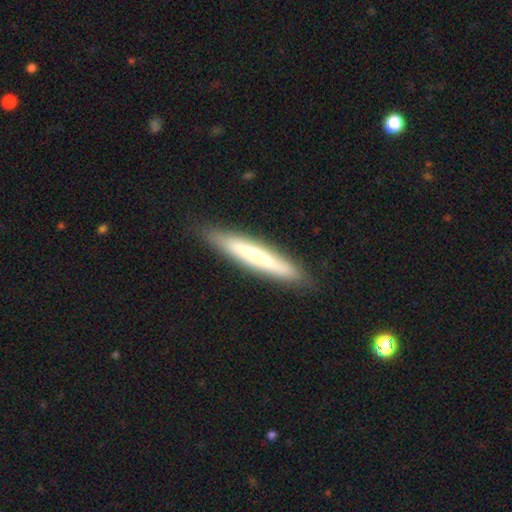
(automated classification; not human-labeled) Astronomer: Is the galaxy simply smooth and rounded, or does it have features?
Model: smooth — 63%.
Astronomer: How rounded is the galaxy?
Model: cigar-shaped — 93%.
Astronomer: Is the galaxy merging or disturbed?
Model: none — 87%.